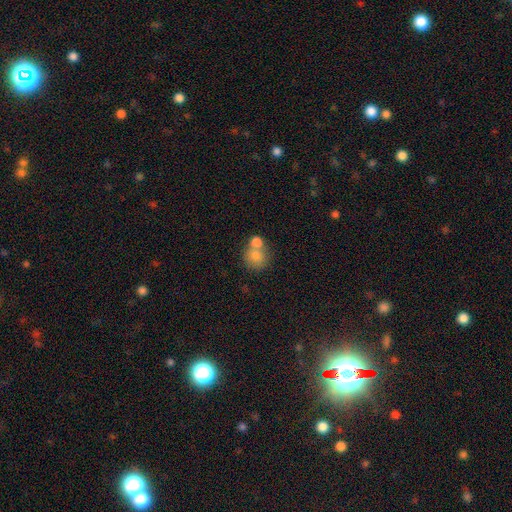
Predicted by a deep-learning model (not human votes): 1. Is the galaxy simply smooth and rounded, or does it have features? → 80% smooth, 11% featured or disk, 9% star or artifact.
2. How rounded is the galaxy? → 83% round, 16% in between, 1% cigar-shaped.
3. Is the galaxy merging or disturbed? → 45% merger, 42% none, 9% minor disturbance, 4% major disturbance.